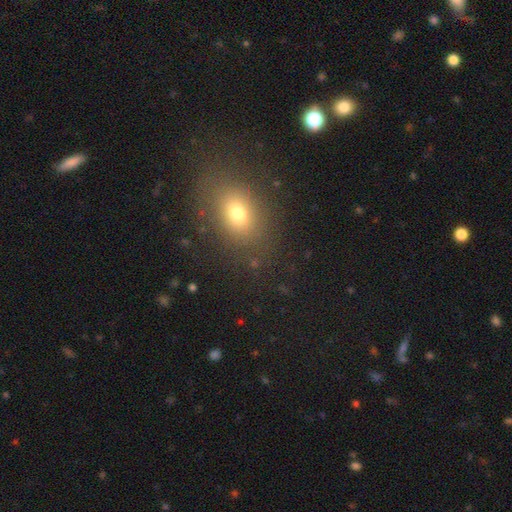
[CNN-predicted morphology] This is likely a smooth galaxy (66%). How rounded: likely in between (69%). Merging: clearly none (84%).